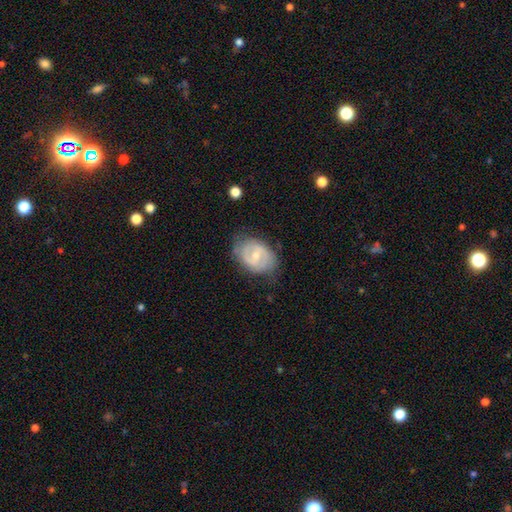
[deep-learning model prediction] Smooth or featured: featured or disk — 69% (smooth — 25%)
Edge-on disk: no — 96% (yes — 4%)
Bar: weak — 57% (no — 23%)
Spiral arms: yes — 78% (no — 22%)
Spiral winding: medium — 44% (tight — 39%)
Spiral arm count: 2 — 77% (can't tell — 16%)
Bulge size: small — 54% (moderate — 41%)
Merging: none — 73% (minor disturbance — 20%)